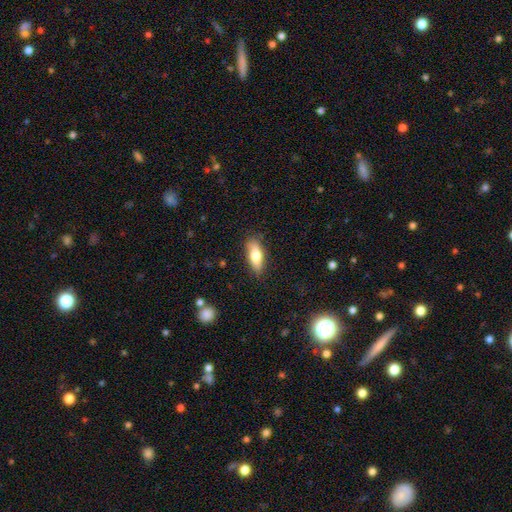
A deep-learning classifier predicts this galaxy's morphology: smooth-or-featured: smooth: 74% | featured or disk: 19% | star or artifact: 6%
  how-rounded: in between: 71% | cigar-shaped: 26% | round: 3%
  merging: none: 82% | minor disturbance: 14% | major disturbance: 3% | merger: 1%